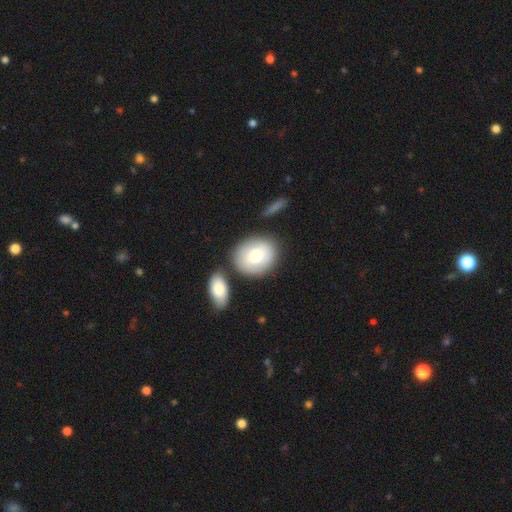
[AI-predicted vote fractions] This is likely a smooth galaxy (74%). How rounded: possibly round (58%). Merging: likely none (70%).